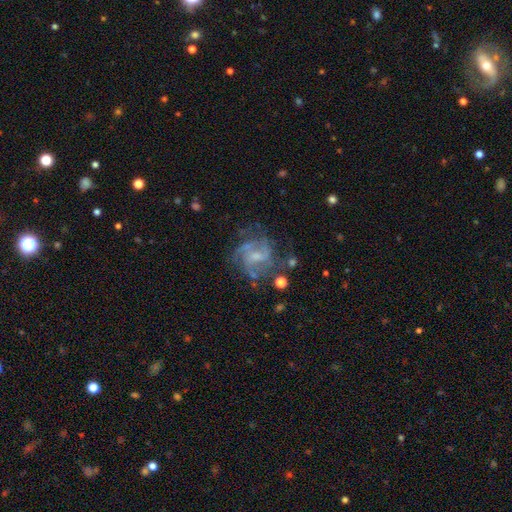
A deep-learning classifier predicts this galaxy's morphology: Smooth or featured?
  - featured or disk: 78% *
  - smooth: 13%
  - star or artifact: 9%
Edge-on disk?
  - no: 98% *
  - yes: 2%
Bar?
  - weak: 47% *
  - no: 42%
  - strong: 11%
Spiral arms?
  - yes: 86% *
  - no: 14%
Spiral winding?
  - medium: 48% *
  - tight: 32%
  - loose: 20%
Spiral arm count?
  - can't tell: 29% *
  - 3: 27%
  - 2: 24%
  - 4: 10%
  - 1: 5%
  - more than 4: 5%
Bulge size?
  - small: 41% *
  - moderate: 35%
  - none: 19%
  - large: 4%
  - dominant: 1%
Merging?
  - none: 57% *
  - major disturbance: 19%
  - minor disturbance: 19%
  - merger: 5%